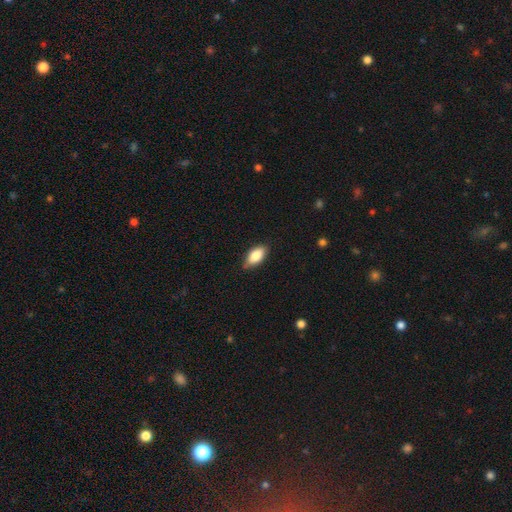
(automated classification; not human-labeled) Smooth or featured? Predicted: smooth (p=0.82). How rounded? Predicted: in between (p=0.90). Merging? Predicted: none (p=0.80).